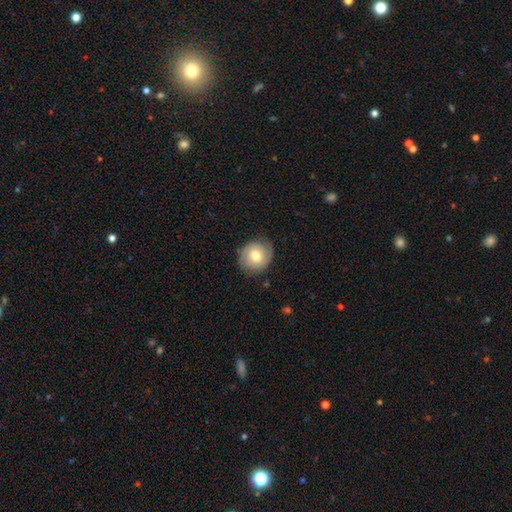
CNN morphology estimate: Smooth or featured?
  - smooth: 64% *
  - featured or disk: 29%
  - star or artifact: 7%
How rounded?
  - round: 80% *
  - in between: 19%
  - cigar-shaped: 1%
Merging?
  - none: 77% *
  - minor disturbance: 18%
  - major disturbance: 5%
  - merger: 1%